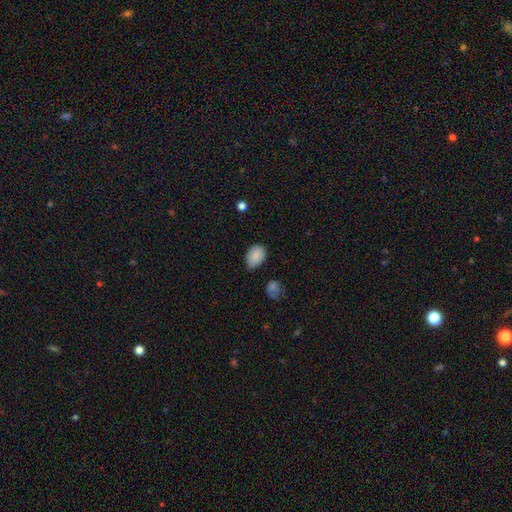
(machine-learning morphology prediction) smooth 87%, star or artifact 8%, featured or disk 5%. Down the decision tree: how rounded — in between (81%); merging — none (60%).